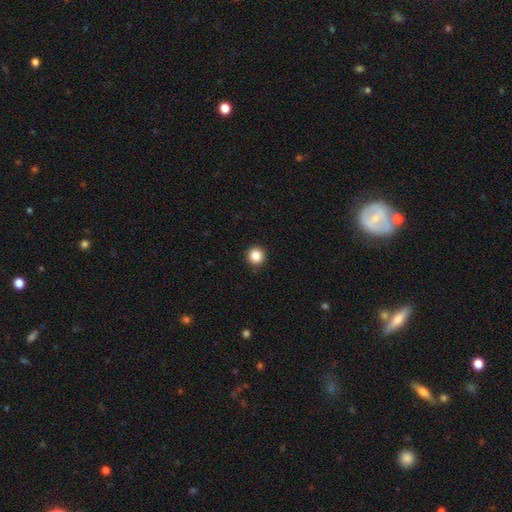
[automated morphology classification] The model was most divided on "smooth or featured": smooth: 86%, star or artifact: 11%, featured or disk: 4%. More confident: how rounded — round (96%); merging — none (92%).